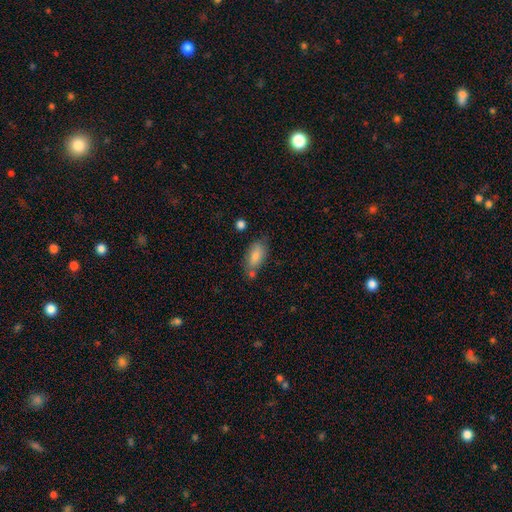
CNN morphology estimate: smooth-or-featured: smooth: 81% | featured or disk: 12% | star or artifact: 7%
  how-rounded: in between: 87% | cigar-shaped: 9% | round: 3%
  merging: none: 65% | minor disturbance: 19% | merger: 11% | major disturbance: 5%